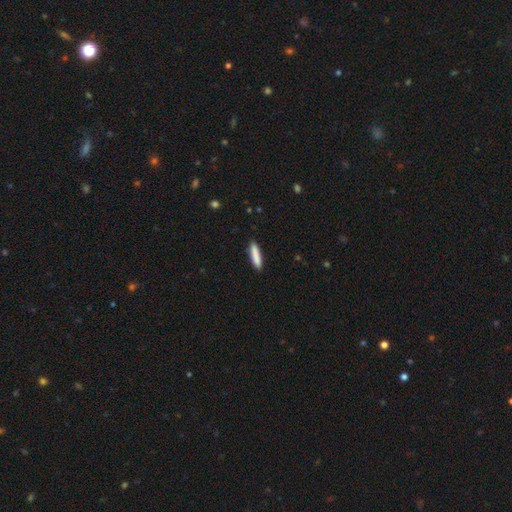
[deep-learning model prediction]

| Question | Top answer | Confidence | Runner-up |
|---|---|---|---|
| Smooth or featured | smooth | 86% | featured or disk (8%) |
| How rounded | cigar-shaped | 84% | in between (15%) |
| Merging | none | 89% | minor disturbance (8%) |